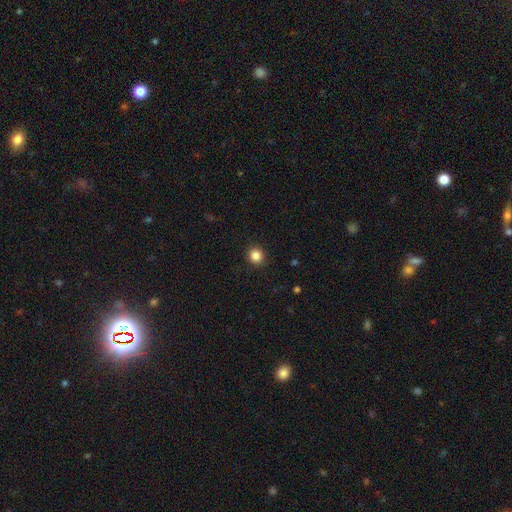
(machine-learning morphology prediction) smooth 85%, star or artifact 11%, featured or disk 4%. Down the decision tree: how rounded — round (90%); merging — none (92%).